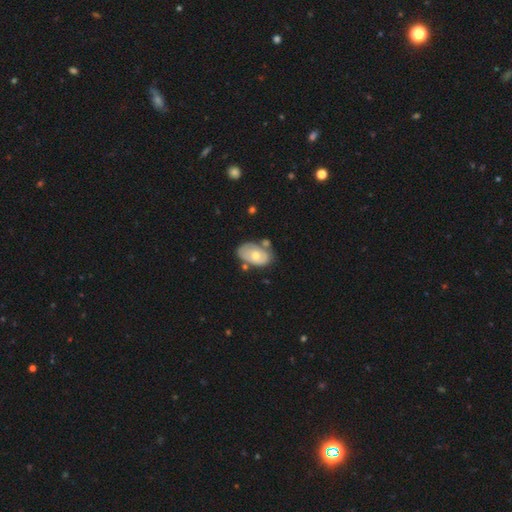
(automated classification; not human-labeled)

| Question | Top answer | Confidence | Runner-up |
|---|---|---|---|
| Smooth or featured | smooth | 53% | featured or disk (41%) |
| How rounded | in between | 89% | round (9%) |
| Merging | none | 54% | minor disturbance (24%) |